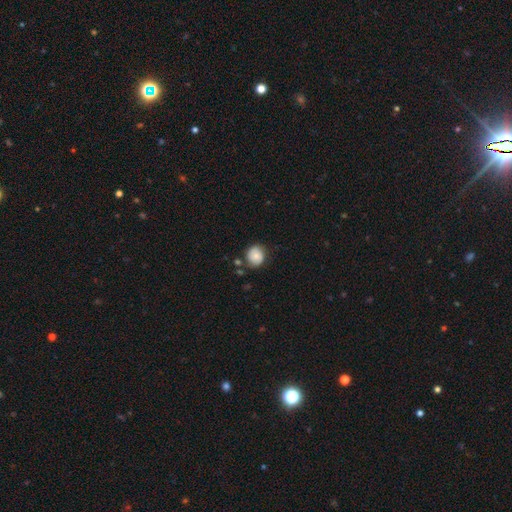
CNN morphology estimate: A smooth galaxy with no disk features (71%) that is round (78%).

Vote fractions:
- Smooth or featured? smooth: 71% / featured or disk: 20% / star or artifact: 8%
- How rounded? round: 78% / in between: 21% / cigar-shaped: 1%
- Merging? none: 71% / minor disturbance: 19% / merger: 5% / major disturbance: 5%